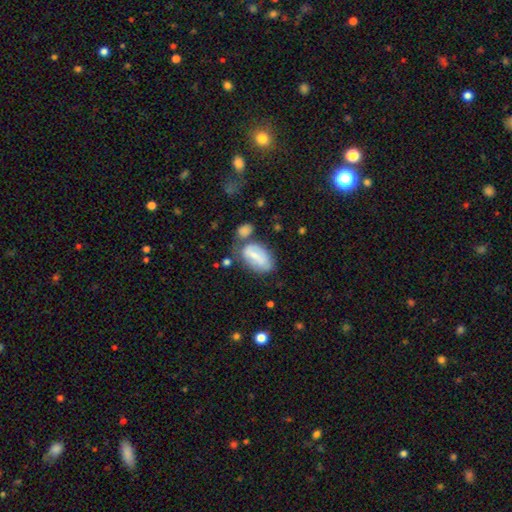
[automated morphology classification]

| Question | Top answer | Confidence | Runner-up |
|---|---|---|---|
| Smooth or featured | smooth | 63% | featured or disk (30%) |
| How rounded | in between | 91% | round (6%) |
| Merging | none | 41% | minor disturbance (25%) |